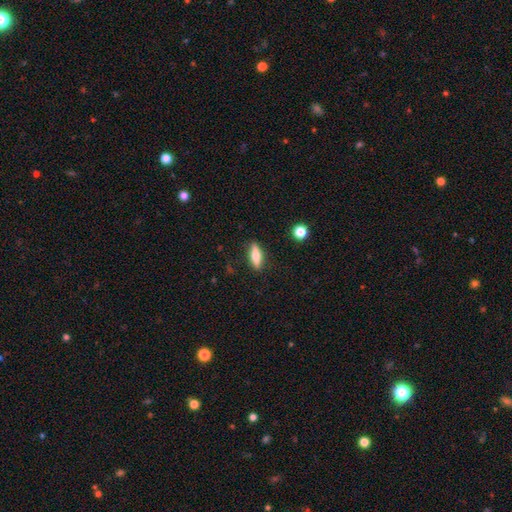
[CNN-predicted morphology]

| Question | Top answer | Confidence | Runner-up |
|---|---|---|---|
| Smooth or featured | smooth | 61% | featured or disk (32%) |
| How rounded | cigar-shaped | 53% | in between (43%) |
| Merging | none | 87% | minor disturbance (9%) |